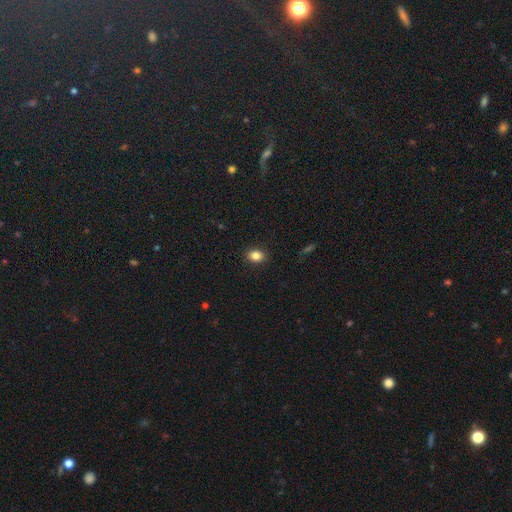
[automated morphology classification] smooth-or-featured: smooth: 84% | star or artifact: 11% | featured or disk: 5%
  how-rounded: in between: 56% | round: 43% | cigar-shaped: 1%
  merging: none: 90% | minor disturbance: 7% | major disturbance: 2% | merger: 1%